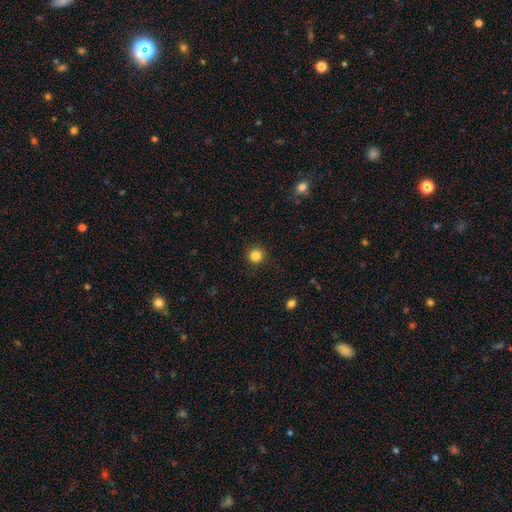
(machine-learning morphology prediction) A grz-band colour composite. It shows a smooth galaxy with no disk features (84%) that is round (94%). Merging: none (91%).